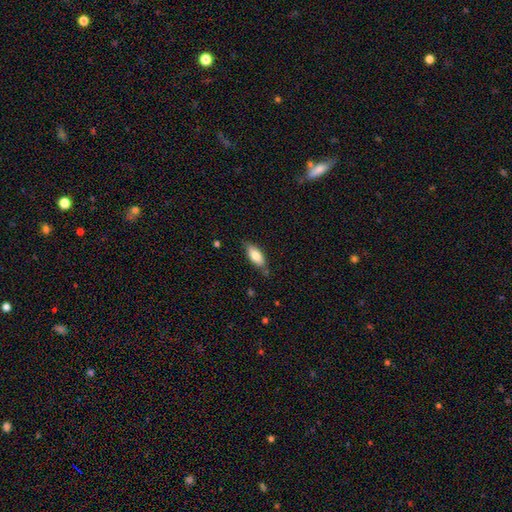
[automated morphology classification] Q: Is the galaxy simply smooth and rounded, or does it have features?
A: smooth — 77%.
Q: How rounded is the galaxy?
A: in between — 82%.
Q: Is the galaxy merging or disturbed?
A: none — 74%.